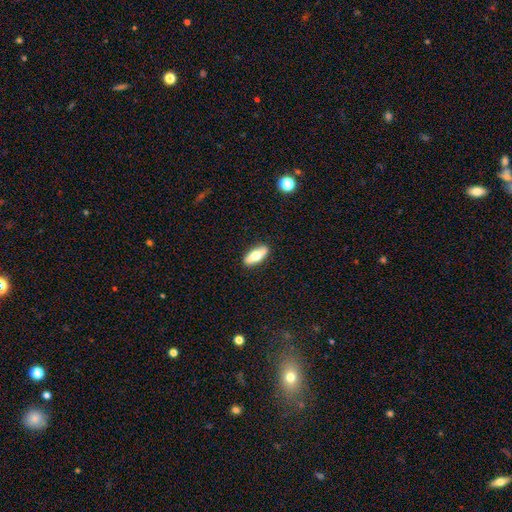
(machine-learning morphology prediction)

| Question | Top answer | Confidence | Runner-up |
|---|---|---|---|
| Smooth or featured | smooth | 57% | featured or disk (37%) |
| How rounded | in between | 65% | cigar-shaped (32%) |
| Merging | none | 89% | minor disturbance (8%) |